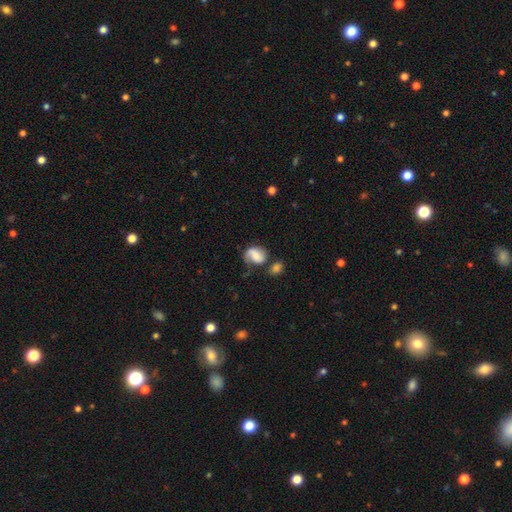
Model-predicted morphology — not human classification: type=smooth (51%); roundness=in between (56%); merging=none (47%).